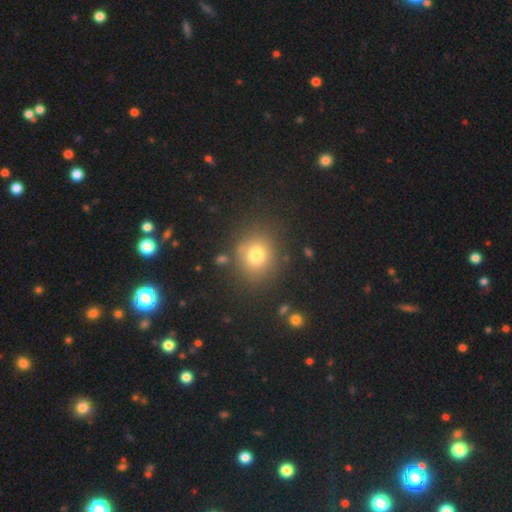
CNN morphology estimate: smooth-or-featured: smooth: 76% | star or artifact: 15% | featured or disk: 10%
  how-rounded: round: 77% | in between: 22% | cigar-shaped: 1%
  merging: none: 81% | minor disturbance: 11% | major disturbance: 4% | merger: 4%